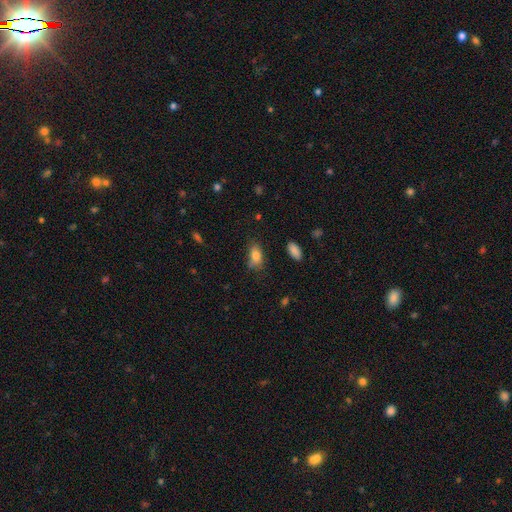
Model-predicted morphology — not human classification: A smooth galaxy with no disk features (80%) that is in between round and cigar-shaped (88%).

Vote fractions:
- Smooth or featured? smooth: 80% / featured or disk: 10% / star or artifact: 9%
- How rounded? in between: 88% / round: 7% / cigar-shaped: 4%
- Merging? none: 64% / minor disturbance: 26% / major disturbance: 7% / merger: 3%